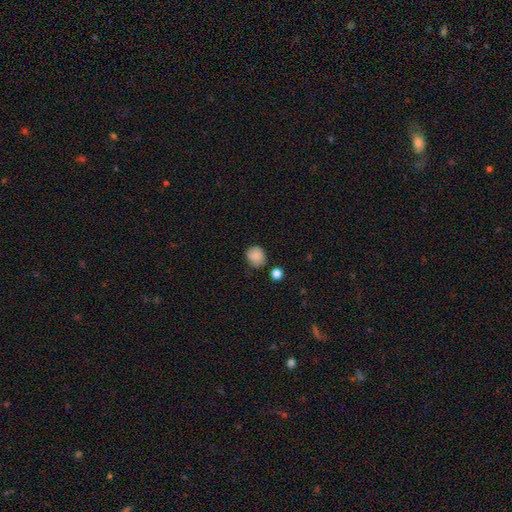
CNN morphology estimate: smooth 87%, star or artifact 9%, featured or disk 5%. Down the decision tree: how rounded — round (75%); merging — none (74%).